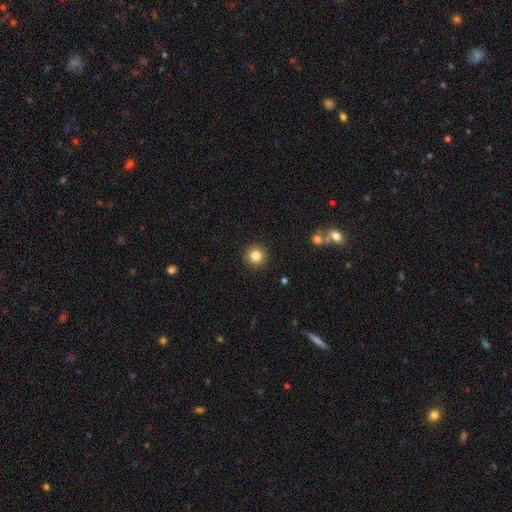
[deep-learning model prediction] Overall: smooth (83%). How rounded: round (95%). Merging: none (91%).